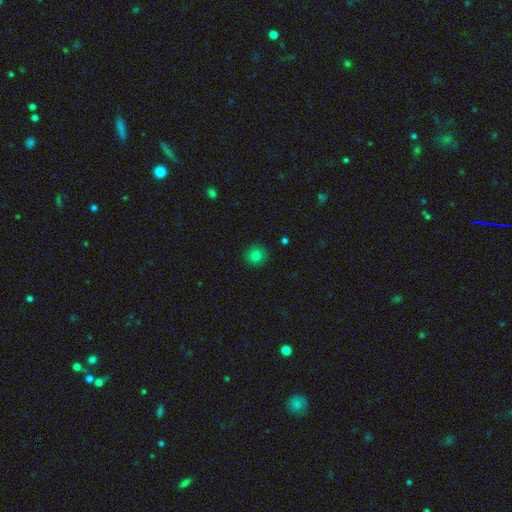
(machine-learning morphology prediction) Smooth or featured? Predicted: smooth (p=0.81). How rounded? Predicted: round (p=0.93). Merging? Predicted: none (p=0.90).